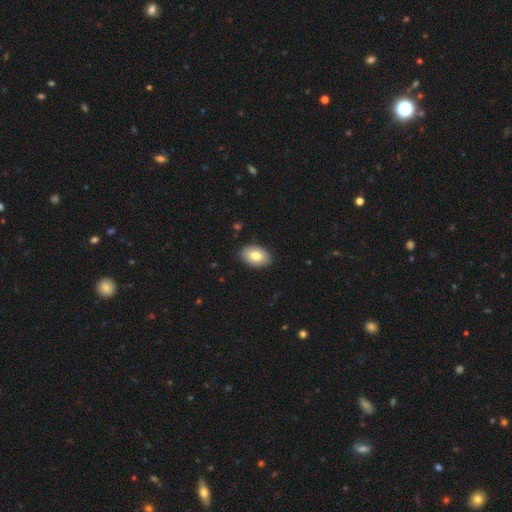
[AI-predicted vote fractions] Q: Smooth or featured?
A: smooth (77%); runner-up: featured or disk (16%)
Q: How rounded?
A: in between (90%); runner-up: round (9%)
Q: Merging?
A: none (87%); runner-up: minor disturbance (10%)